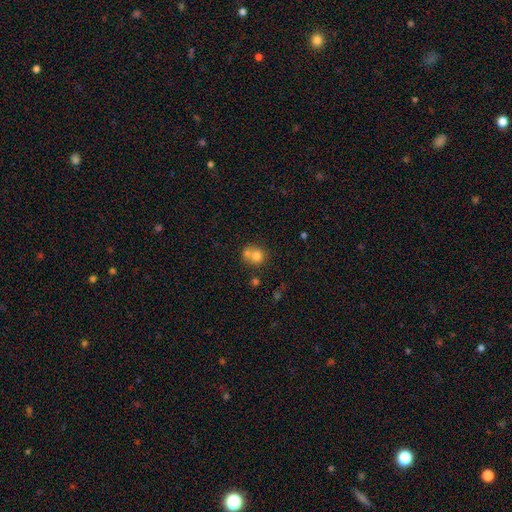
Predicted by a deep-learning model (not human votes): Overall: smooth (73%). How rounded: round (80%). Merging: merger (52%; none 37%).